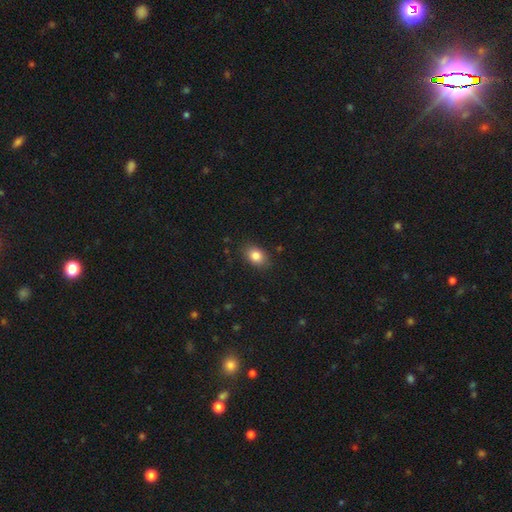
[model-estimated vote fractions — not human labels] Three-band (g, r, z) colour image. It shows a smooth galaxy with no disk features (83%) that is in between round and cigar-shaped (75%). Merging: none (85%).